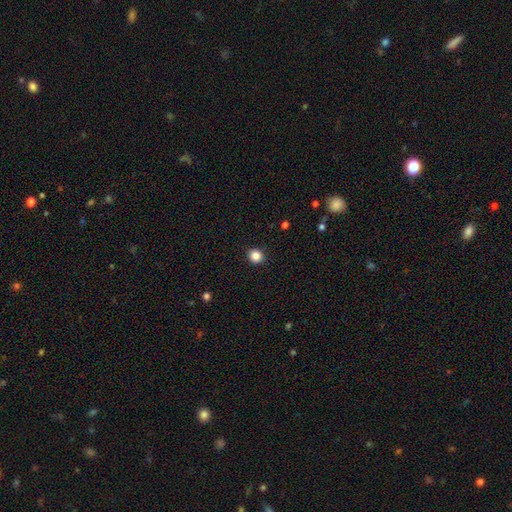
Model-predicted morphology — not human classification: This appears to be a smooth galaxy with no disk features (86%) that is round (84%). Merging: none (92%).